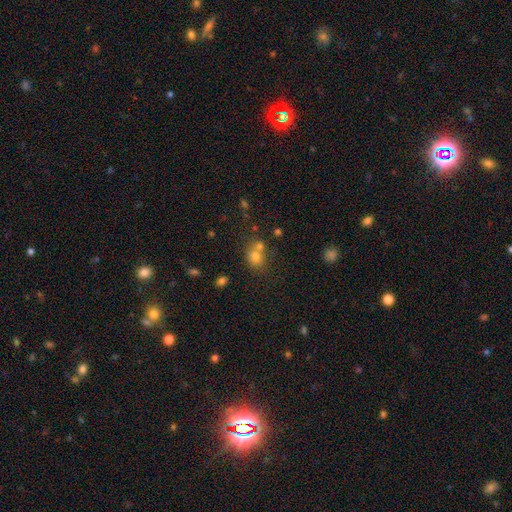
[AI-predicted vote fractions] Smooth or featured? smooth (67%)
How rounded? round (70%)
Merging? none (45%)